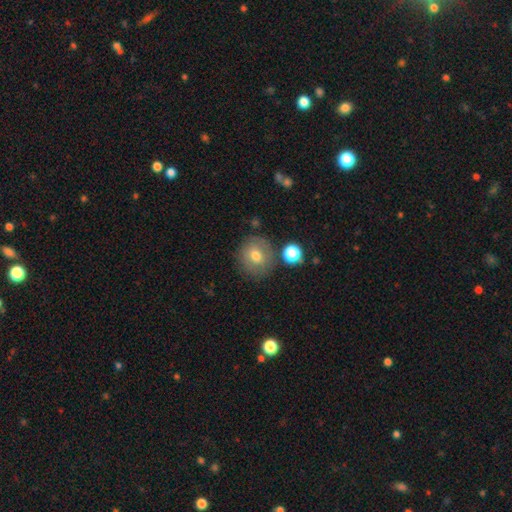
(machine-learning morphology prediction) smooth 70%, featured or disk 19%, star or artifact 11%. Down the decision tree: how rounded — round (86%); merging — none (77%).